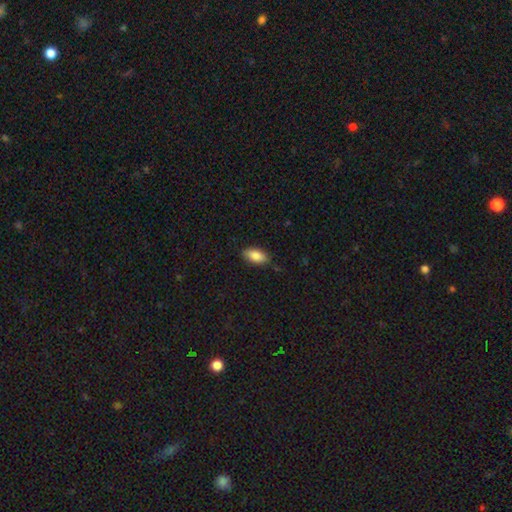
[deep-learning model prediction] Smooth or featured? smooth (88%)
How rounded? in between (92%)
Merging? none (85%)